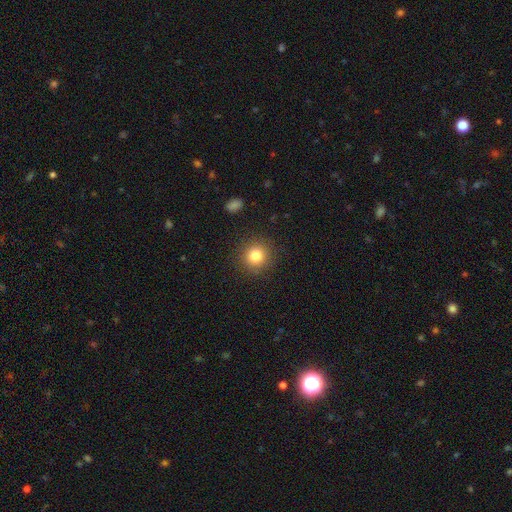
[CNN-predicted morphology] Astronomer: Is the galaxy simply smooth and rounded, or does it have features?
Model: smooth — 82%.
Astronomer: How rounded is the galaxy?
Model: round — 92%.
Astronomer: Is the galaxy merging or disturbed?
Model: none — 89%.